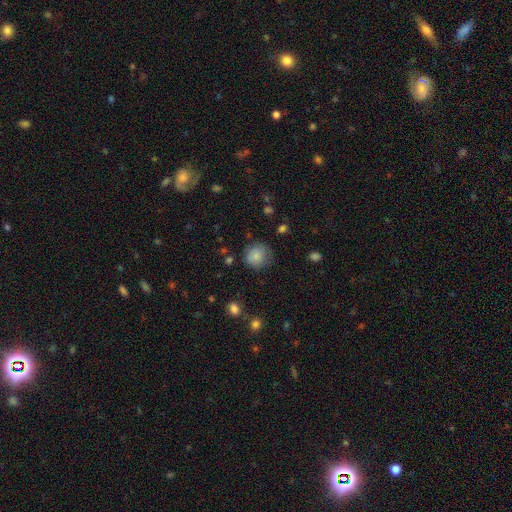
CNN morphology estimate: A smooth galaxy with no disk features (81%) that is round (88%). Merging: none (70%).